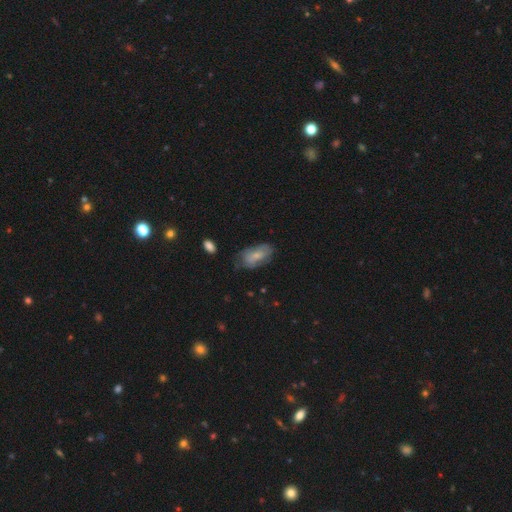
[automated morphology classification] The model was most divided on "merging": none: 56%, minor disturbance: 31%, major disturbance: 11%, merger: 3%. More confident: how rounded — in between (92%); smooth or featured — smooth (61%).